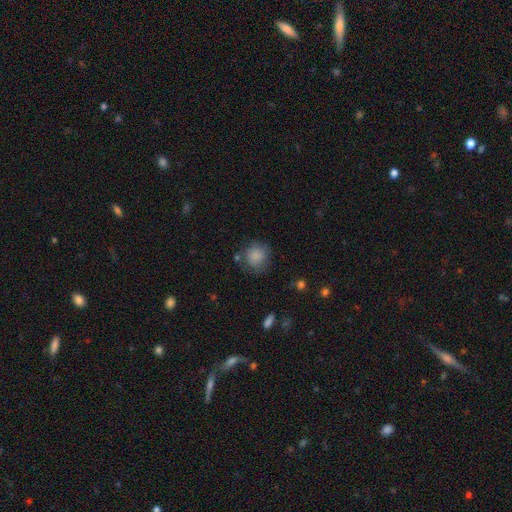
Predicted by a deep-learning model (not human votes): A smooth galaxy with no disk features (83%) that is round (87%).

Vote fractions:
- Smooth or featured? smooth: 83% / star or artifact: 9% / featured or disk: 8%
- How rounded? round: 87% / in between: 12% / cigar-shaped: 1%
- Merging? none: 70% / minor disturbance: 18% / major disturbance: 7% / merger: 4%